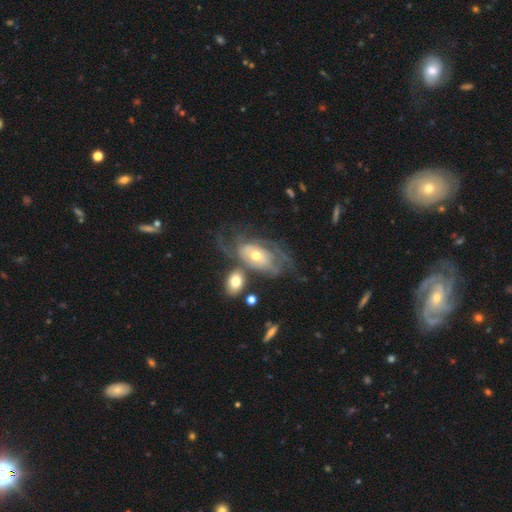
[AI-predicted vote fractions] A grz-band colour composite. It shows a featured or disk galaxy (75%) with no bar (75%), tight (43%) spiral arms (77%) and a moderate central bulge (53%). Merging: none (35%).